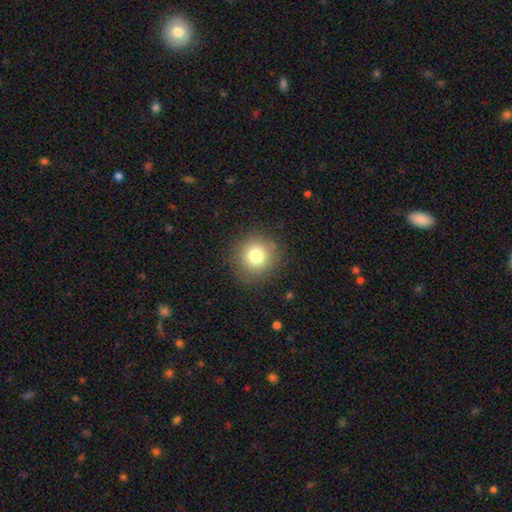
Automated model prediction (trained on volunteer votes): The model was most divided on "smooth or featured": smooth: 78%, star or artifact: 12%, featured or disk: 10%. More confident: how rounded — round (93%); merging — none (87%).